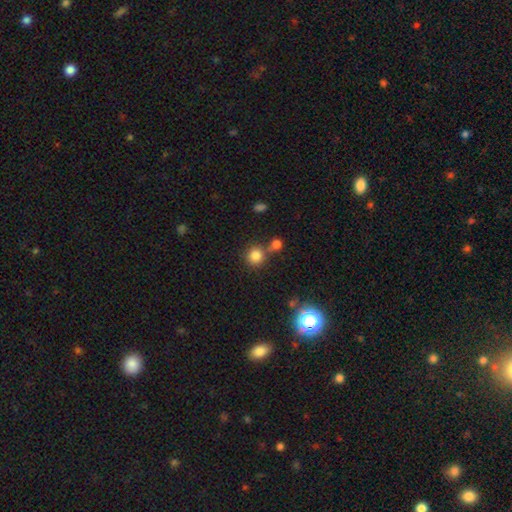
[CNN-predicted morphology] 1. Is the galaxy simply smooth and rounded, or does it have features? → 80% smooth, 14% star or artifact, 6% featured or disk.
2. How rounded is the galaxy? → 91% round, 8% in between, 1% cigar-shaped.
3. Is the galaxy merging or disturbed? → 67% none, 21% merger, 9% minor disturbance, 4% major disturbance.